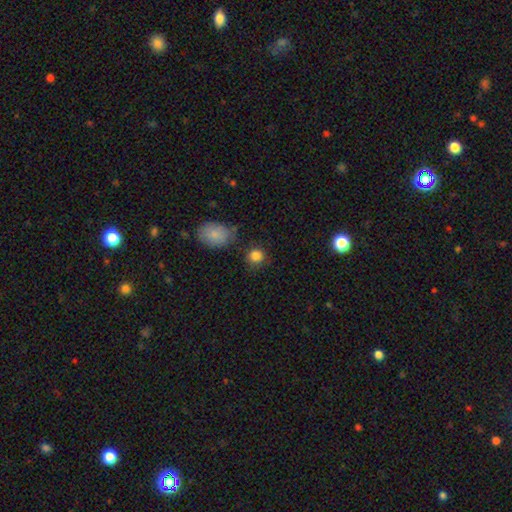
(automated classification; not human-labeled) A smooth galaxy with no disk features (85%) that is round (87%). Merging: none (78%).